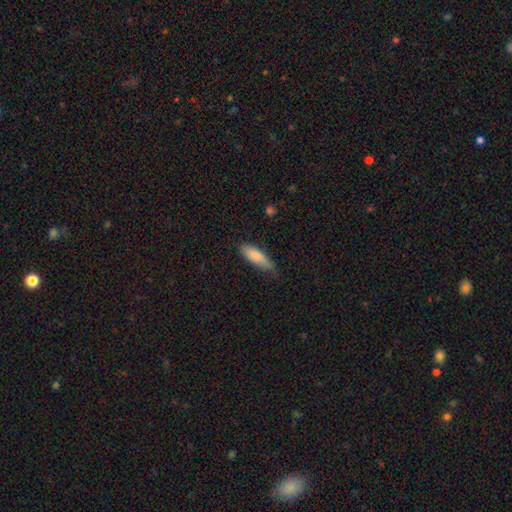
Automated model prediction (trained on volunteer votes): Q: Smooth or featured?
A: smooth (83%); runner-up: featured or disk (11%)
Q: How rounded?
A: in between (50%); runner-up: cigar-shaped (49%)
Q: Merging?
A: none (64%); runner-up: minor disturbance (29%)